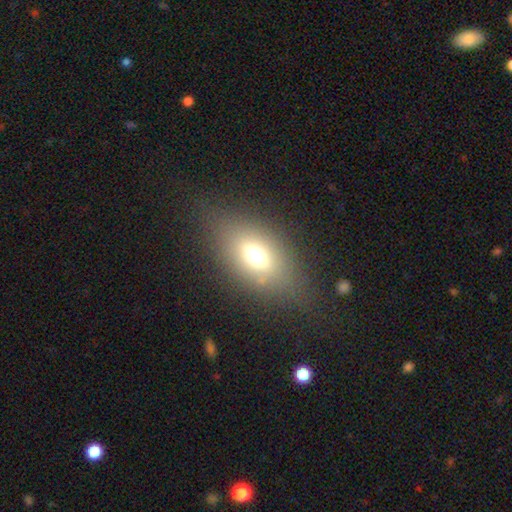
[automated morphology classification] The model was most divided on "smooth or featured": smooth: 63%, featured or disk: 22%, star or artifact: 15%. More confident: how rounded — in between (81%); merging — none (74%).